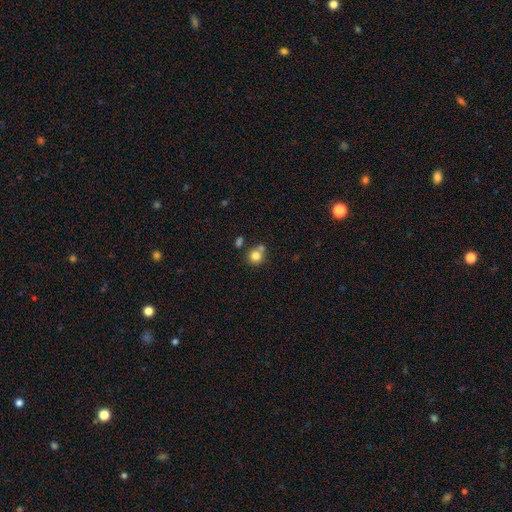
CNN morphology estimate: Overall: smooth (80%). How rounded: round (87%). Merging: none (60%; merger 26%).